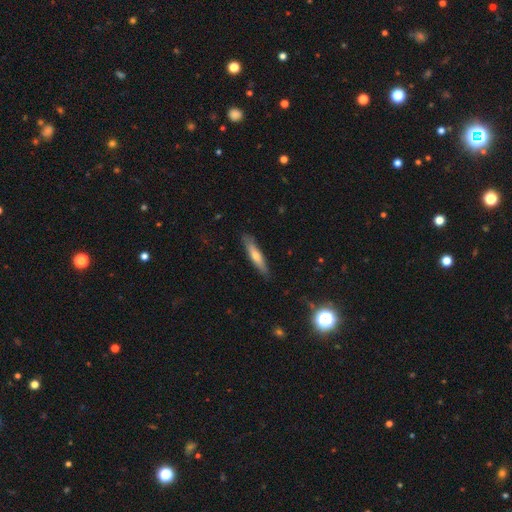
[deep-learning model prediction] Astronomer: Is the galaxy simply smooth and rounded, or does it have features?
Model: smooth — 58% (runner-up: featured or disk, 35%).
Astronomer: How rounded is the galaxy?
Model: cigar-shaped — 85%.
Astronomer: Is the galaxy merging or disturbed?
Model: none — 87%.